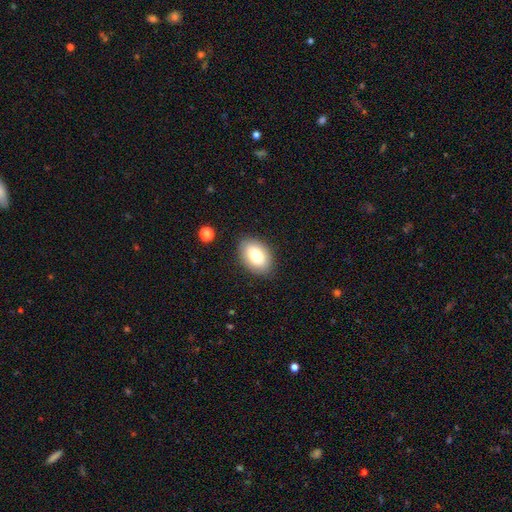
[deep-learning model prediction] A smooth galaxy with no disk features (79%) that is in between round and cigar-shaped (88%).

Vote fractions:
- Smooth or featured? smooth: 79% / featured or disk: 14% / star or artifact: 7%
- How rounded? in between: 88% / round: 11% / cigar-shaped: 1%
- Merging? none: 86% / minor disturbance: 10% / major disturbance: 3% / merger: 1%